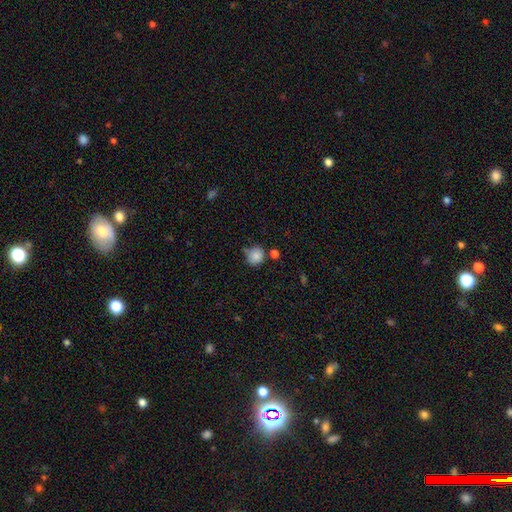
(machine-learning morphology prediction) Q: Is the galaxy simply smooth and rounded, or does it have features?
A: smooth — 84%.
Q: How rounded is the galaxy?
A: round — 86%.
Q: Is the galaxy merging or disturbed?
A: none — 68%.